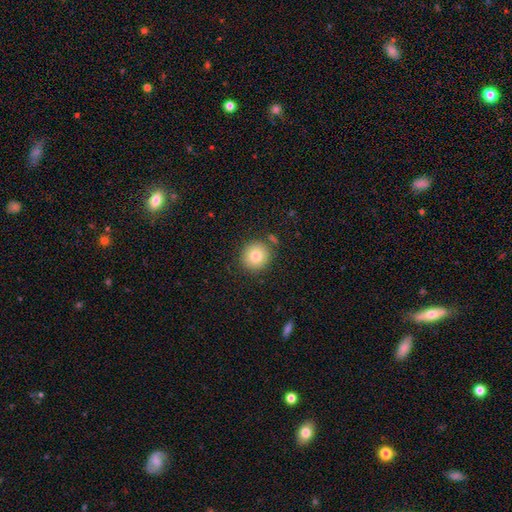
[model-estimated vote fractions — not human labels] Smooth or featured? smooth (82%)
How rounded? round (91%)
Merging? none (83%)